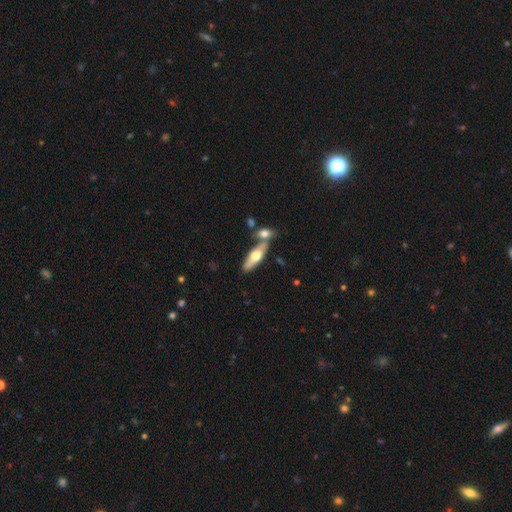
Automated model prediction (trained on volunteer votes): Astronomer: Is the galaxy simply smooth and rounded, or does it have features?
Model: smooth — 53% (runner-up: featured or disk, 42%).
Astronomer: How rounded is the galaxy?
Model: in between — 50% (runner-up: cigar-shaped, 47%).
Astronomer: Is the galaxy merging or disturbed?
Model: none — 54% (runner-up: merger, 31%).